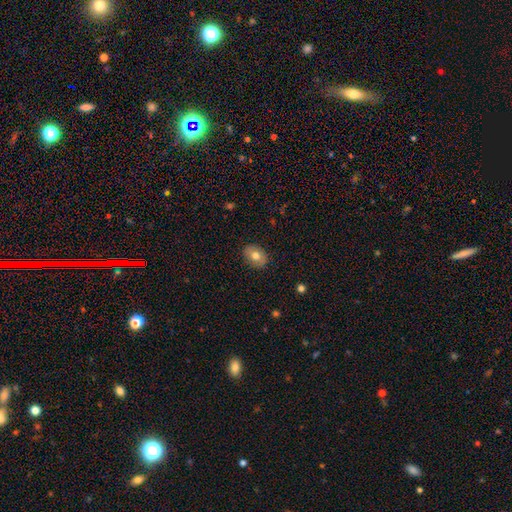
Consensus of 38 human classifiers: Overall: smooth (71%). How rounded: in between (85%). Merging: none (92%).